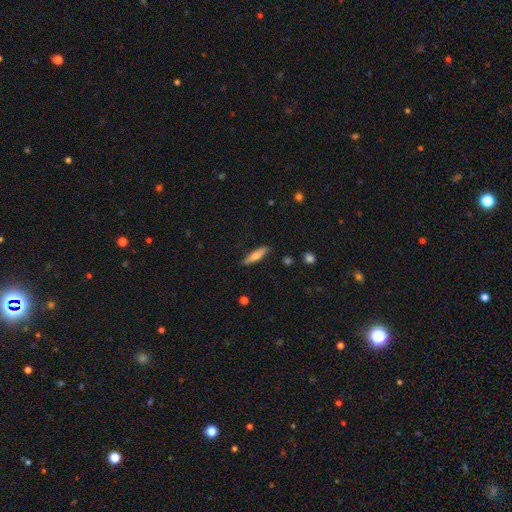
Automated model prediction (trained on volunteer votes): A smooth galaxy with no disk features (62%) that is cigar-shaped (76%).

Vote fractions:
- Smooth or featured? smooth: 62% / featured or disk: 32% / star or artifact: 6%
- How rounded? cigar-shaped: 76% / in between: 22% / round: 2%
- Merging? none: 86% / minor disturbance: 10% / major disturbance: 2% / merger: 1%